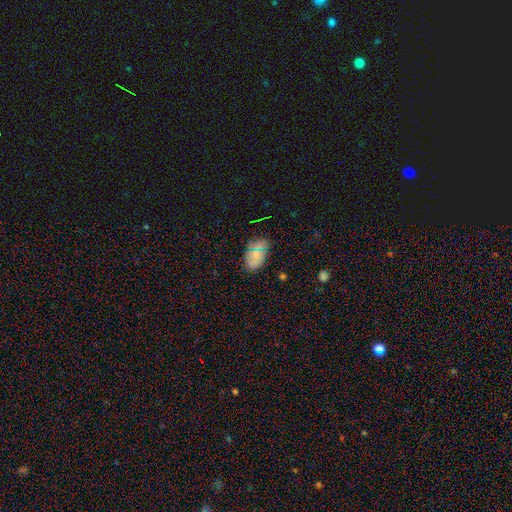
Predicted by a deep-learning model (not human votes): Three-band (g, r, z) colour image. It shows a smooth galaxy with no disk features (71%) that is in between round and cigar-shaped (92%). Merging: none (82%).